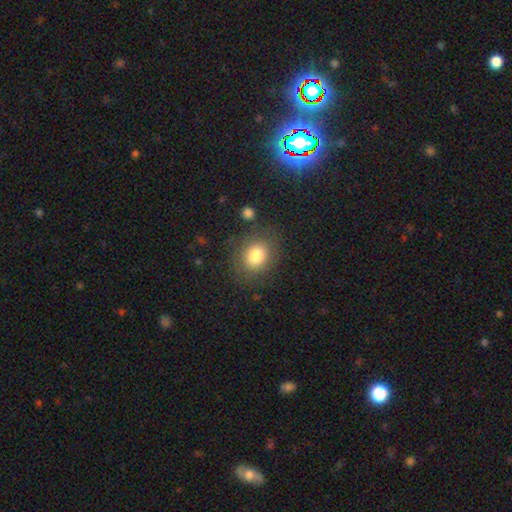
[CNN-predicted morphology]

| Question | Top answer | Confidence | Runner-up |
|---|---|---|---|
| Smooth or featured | smooth | 80% | star or artifact (11%) |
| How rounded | round | 63% | in between (36%) |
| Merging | none | 80% | minor disturbance (12%) |